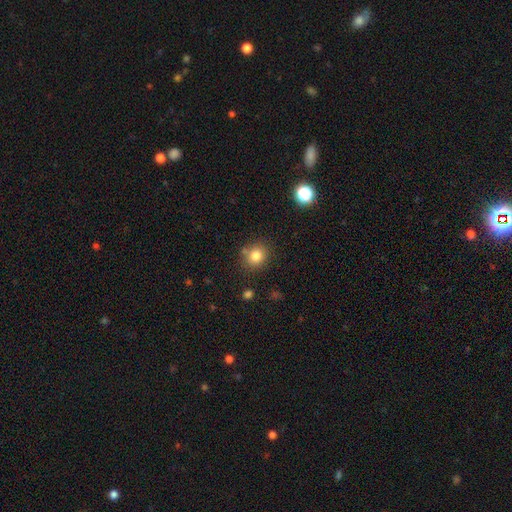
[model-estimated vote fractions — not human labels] smooth-or-featured: smooth: 81% | star or artifact: 12% | featured or disk: 7%
  how-rounded: round: 78% | in between: 21% | cigar-shaped: 1%
  merging: none: 78% | minor disturbance: 12% | merger: 7% | major disturbance: 3%